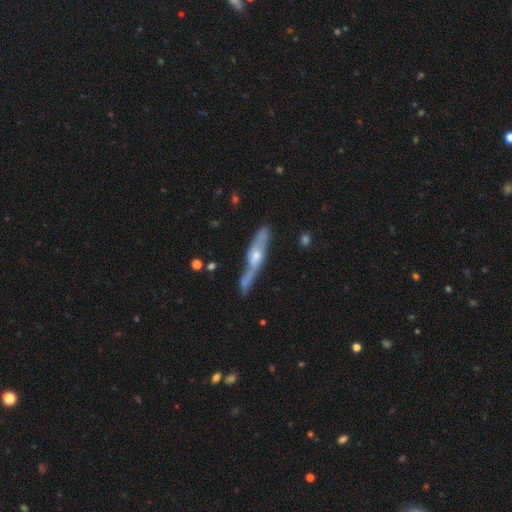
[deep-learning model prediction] Overall: featured or disk (70%). Edge-on disk: yes (80%). Edge-on bulge: rounded (80%). Merging: none (62%; minor disturbance 23%).